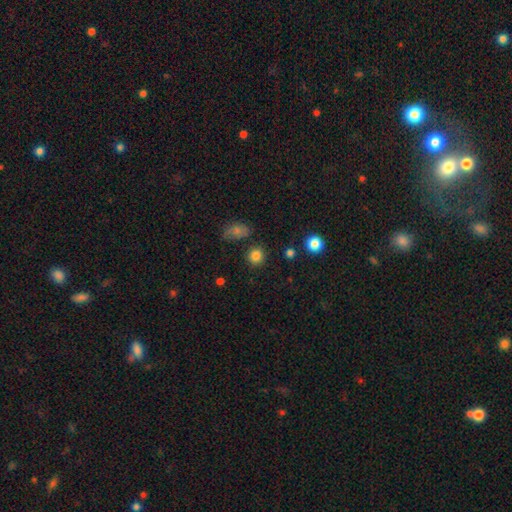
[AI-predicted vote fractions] The model was most divided on "smooth or featured": smooth: 84%, star or artifact: 12%, featured or disk: 4%. More confident: how rounded — round (89%); merging — none (85%).